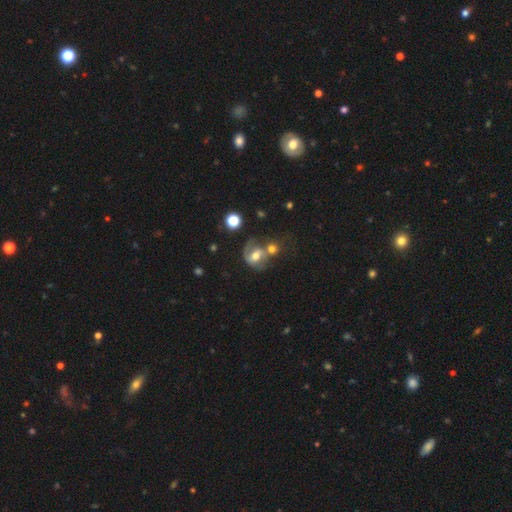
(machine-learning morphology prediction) type=featured or disk (64%); edge-on=no (97%); bar=weak (43%); spiral arms=yes (84%); winding=medium (49%); arm count=2 (66%); bulge=moderate (70%); merging=none (38%).